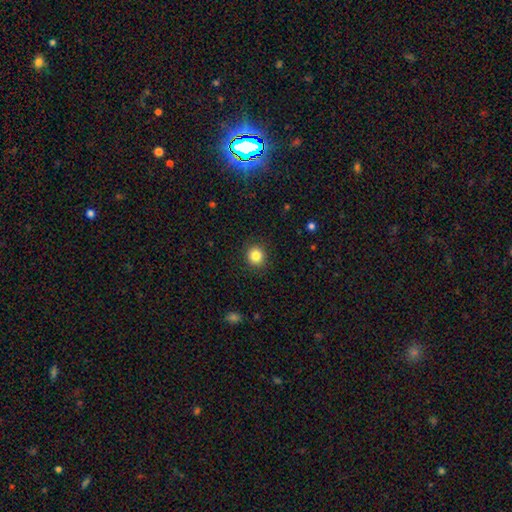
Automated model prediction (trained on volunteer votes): Q: Smooth or featured?
A: smooth (84%); runner-up: star or artifact (11%)
Q: How rounded?
A: round (88%); runner-up: in between (11%)
Q: Merging?
A: none (90%); runner-up: minor disturbance (6%)